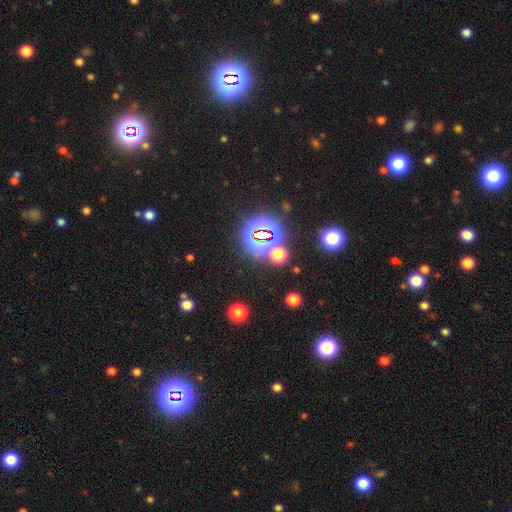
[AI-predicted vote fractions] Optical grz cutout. It shows a star or artifact, not a galaxy (80%).